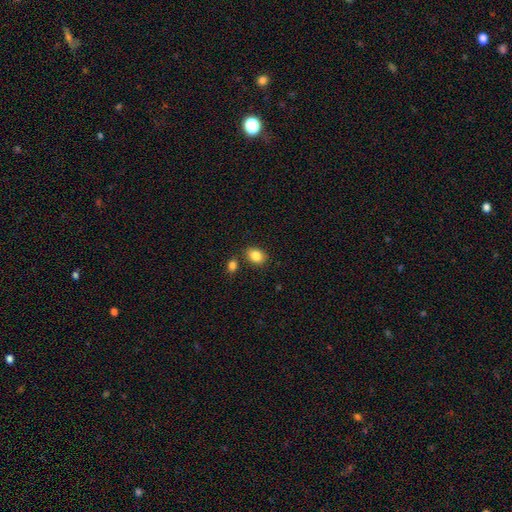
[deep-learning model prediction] The model was most divided on "how rounded": in between: 75%, round: 24%, cigar-shaped: 1%. More confident: smooth or featured — smooth (86%); merging — none (78%).